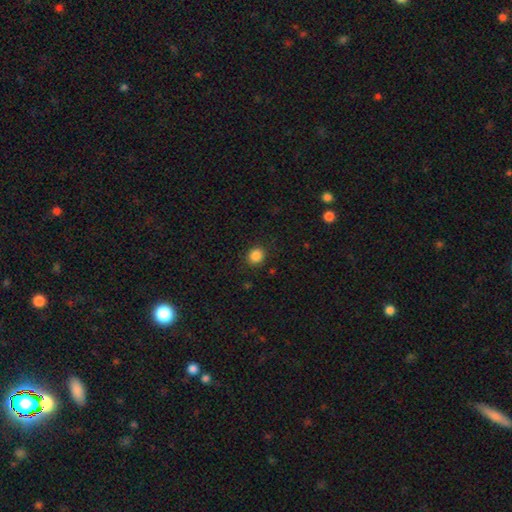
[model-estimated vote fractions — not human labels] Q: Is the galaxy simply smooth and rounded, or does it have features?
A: smooth — 86%.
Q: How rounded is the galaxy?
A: round — 81%.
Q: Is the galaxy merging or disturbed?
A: none — 89%.